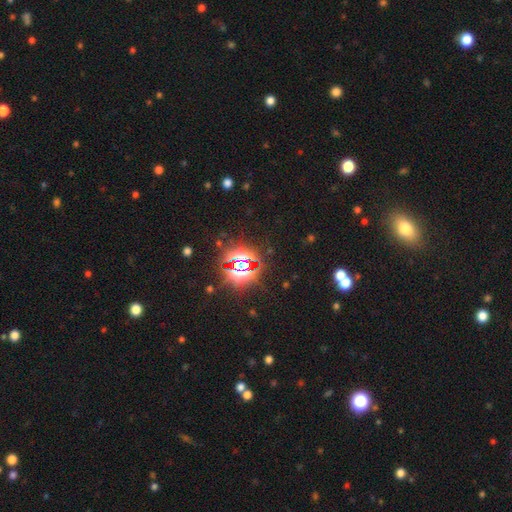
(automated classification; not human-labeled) Overall: star or artifact (82%).